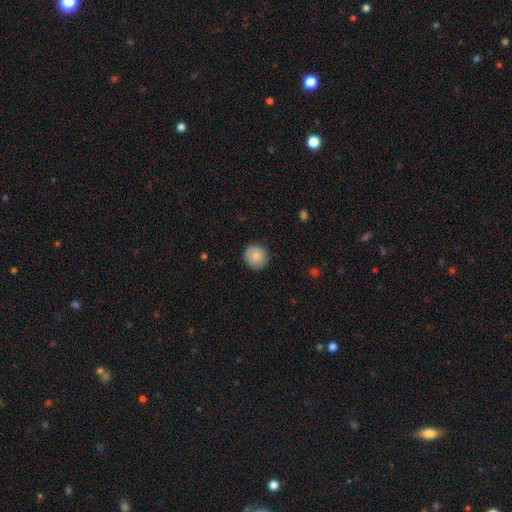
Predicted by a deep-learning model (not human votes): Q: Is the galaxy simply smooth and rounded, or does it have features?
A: smooth — 84%.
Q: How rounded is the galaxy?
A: round — 92%.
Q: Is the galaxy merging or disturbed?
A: none — 86%.